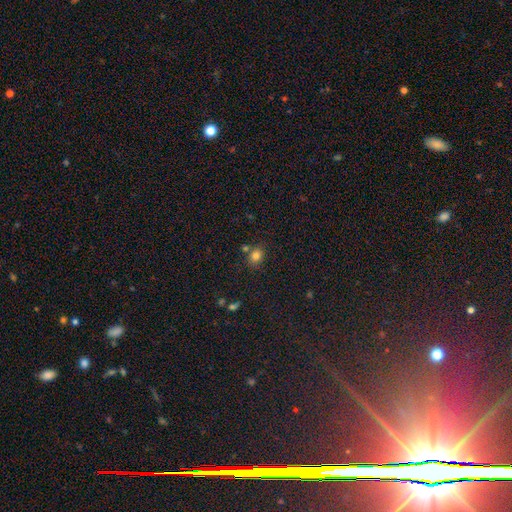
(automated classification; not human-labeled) Smooth or featured: smooth — 80% (star or artifact — 13%)
How rounded: round — 53% (in between — 46%)
Merging: none — 69% (merger — 14%)